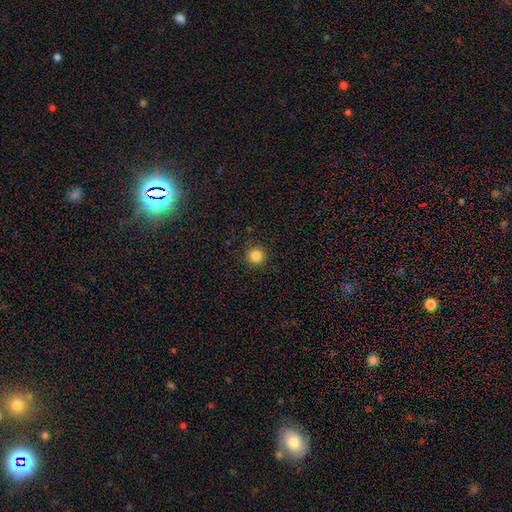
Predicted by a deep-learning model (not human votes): A smooth galaxy with no disk features (84%) that is round (96%).

Vote fractions:
- Smooth or featured? smooth: 84% / star or artifact: 12% / featured or disk: 4%
- How rounded? round: 96% / in between: 3% / cigar-shaped: 1%
- Merging? none: 92% / minor disturbance: 5% / major disturbance: 2% / merger: 1%